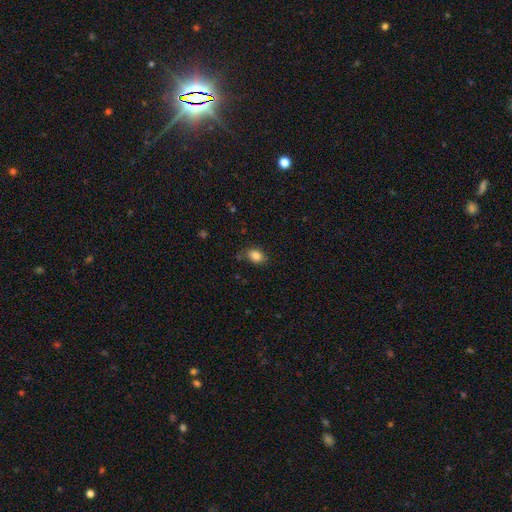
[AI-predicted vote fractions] The model was most divided on "how rounded": in between: 75%, round: 23%, cigar-shaped: 1%. More confident: smooth or featured — smooth (85%); merging — none (79%).